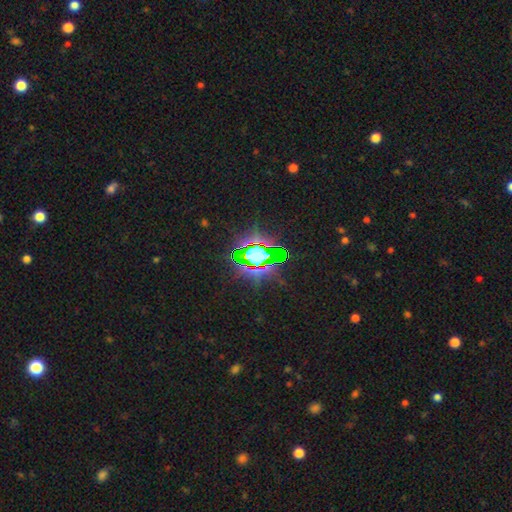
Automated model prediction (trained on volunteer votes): Smooth or featured: star or artifact — 73% (smooth — 14%)